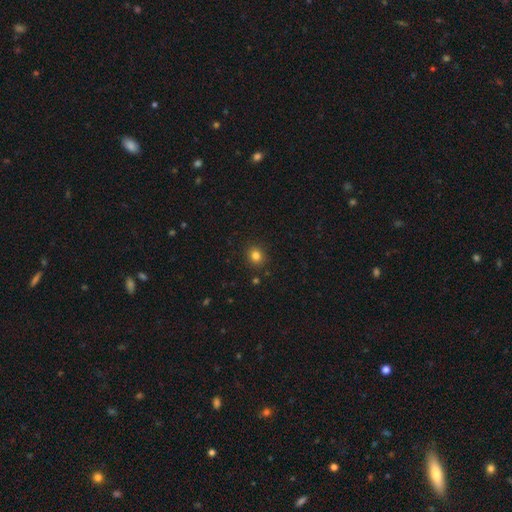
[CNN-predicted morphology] A smooth galaxy with no disk features (81%) that is round (77%). Merging: none (89%).